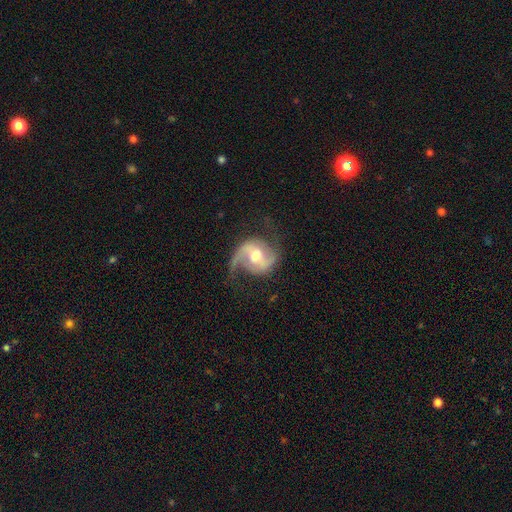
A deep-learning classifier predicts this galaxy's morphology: Smooth or featured?
  - featured or disk: 87% *
  - smooth: 8%
  - star or artifact: 5%
Edge-on disk?
  - no: 98% *
  - yes: 2%
Bar?
  - weak: 51% *
  - no: 29%
  - strong: 20%
Spiral arms?
  - yes: 96% *
  - no: 4%
Spiral winding?
  - medium: 47% *
  - loose: 40%
  - tight: 12%
Spiral arm count?
  - 2: 86% *
  - 1: 8%
  - can't tell: 3%
  - 3: 1%
  - 4: 1%
  - more than 4: 1%
Bulge size?
  - moderate: 62% *
  - large: 19%
  - small: 14%
  - none: 4%
  - dominant: 2%
Merging?
  - none: 65% *
  - minor disturbance: 19%
  - major disturbance: 15%
  - merger: 2%